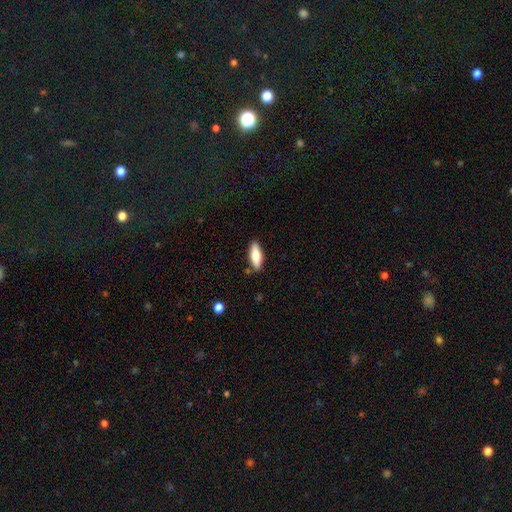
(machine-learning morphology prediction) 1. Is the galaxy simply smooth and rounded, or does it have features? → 72% smooth, 22% featured or disk, 6% star or artifact.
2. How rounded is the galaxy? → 62% in between, 36% cigar-shaped, 2% round.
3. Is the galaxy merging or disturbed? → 85% none, 11% minor disturbance, 2% merger, 2% major disturbance.